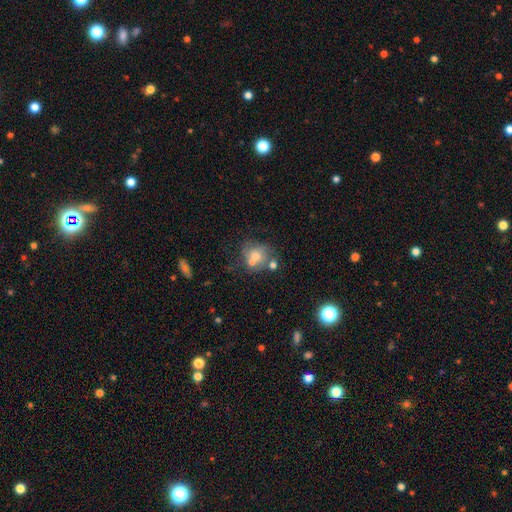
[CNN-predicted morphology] smooth-or-featured: smooth: 56% | featured or disk: 29% | star or artifact: 15%
  how-rounded: round: 71% | in between: 28% | cigar-shaped: 1%
  merging: none: 41% | merger: 31% | minor disturbance: 17% | major disturbance: 11%